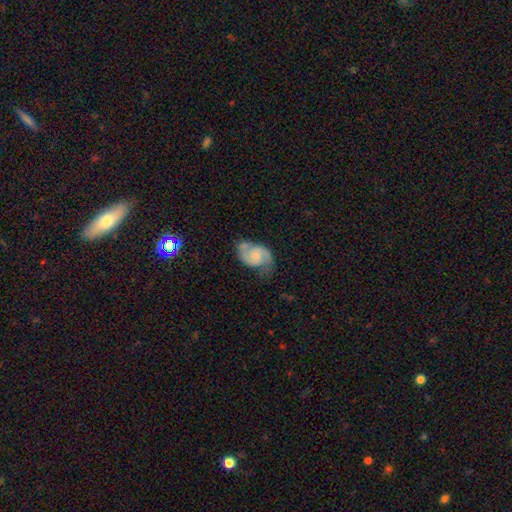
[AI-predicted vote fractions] A featured or disk galaxy (65%) with no bar (65%), 2 (87%) medium (48%) spiral arms (91%) and a small central bulge (42%).

Vote fractions:
- Smooth or featured? featured or disk: 65% / smooth: 28% / star or artifact: 7%
- Edge-on disk? no: 97% / yes: 3%
- Bar? no: 65% / weak: 30% / strong: 5%
- Spiral arms? yes: 91% / no: 9%
- Spiral winding? medium: 48% / loose: 32% / tight: 20%
- Spiral arm count? 2: 87% / can't tell: 6% / 1: 4% / 3: 1% / 4: 1% / more than 4: 1%
- Bulge size? small: 42% / none: 26% / moderate: 24% / large: 6% / dominant: 2%
- Merging? none: 46% / minor disturbance: 29% / major disturbance: 15% / merger: 10%